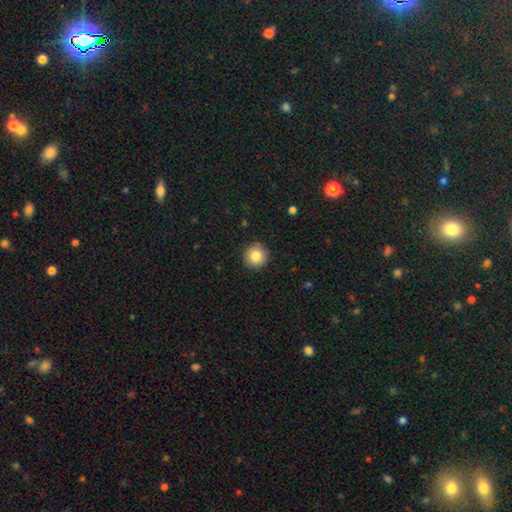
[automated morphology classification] smooth 84%, star or artifact 9%, featured or disk 7%. Down the decision tree: how rounded — round (95%); merging — none (91%).